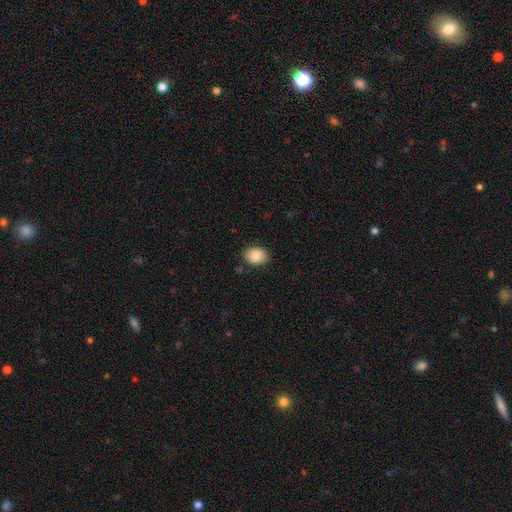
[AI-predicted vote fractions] Smooth or featured? Predicted: smooth (p=0.86). How rounded? Predicted: in between (p=0.59). Merging? Predicted: none (p=0.86).